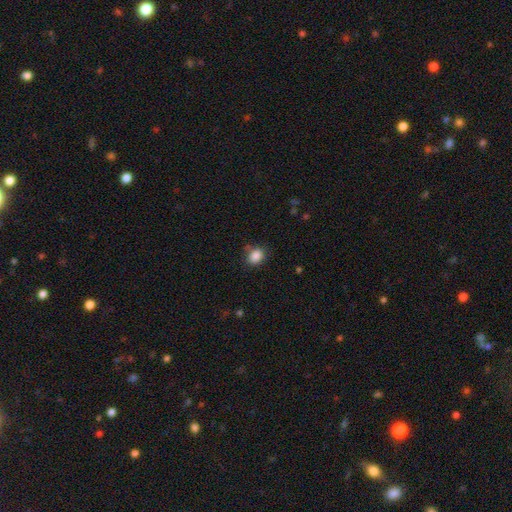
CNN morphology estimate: This appears to be a smooth galaxy with no disk features (86%) that is in between round and cigar-shaped (51%). Merging: none (75%).